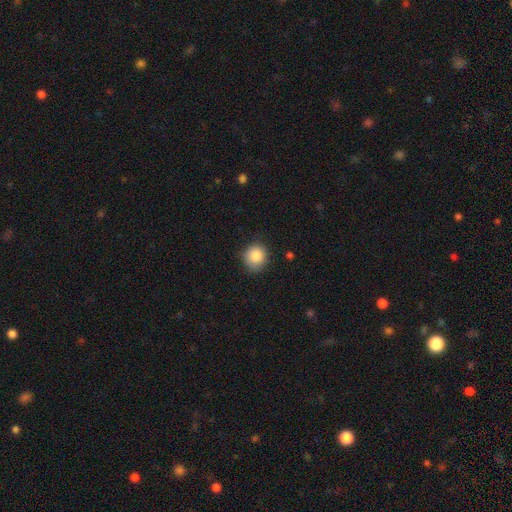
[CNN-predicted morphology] smooth-or-featured: smooth: 87% | star or artifact: 9% | featured or disk: 4%
  how-rounded: round: 87% | in between: 12% | cigar-shaped: 1%
  merging: none: 78% | minor disturbance: 17% | major disturbance: 3% | merger: 1%